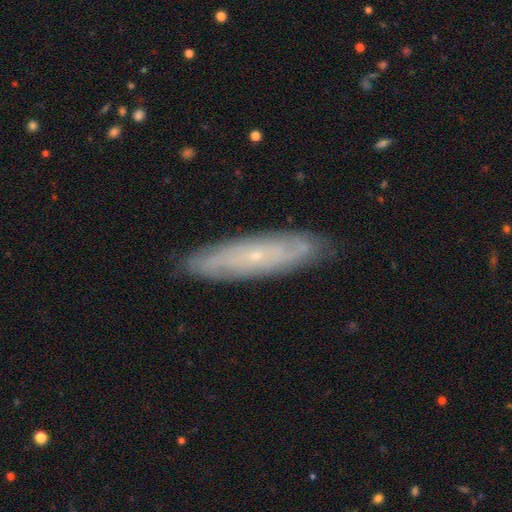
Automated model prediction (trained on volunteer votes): This appears to be a featured or disk galaxy (67%). Merging: none (87%).